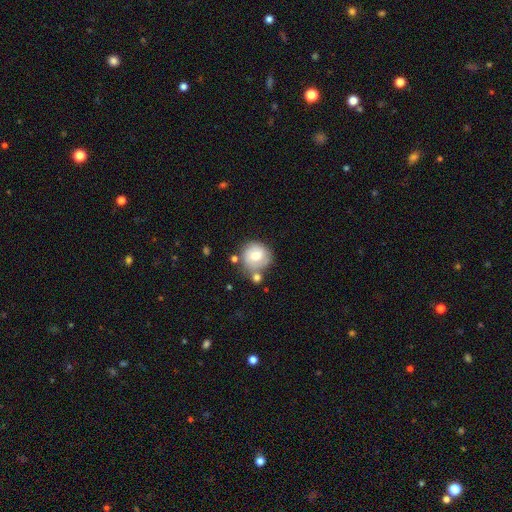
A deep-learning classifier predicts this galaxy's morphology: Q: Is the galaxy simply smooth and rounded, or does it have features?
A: smooth — 62%.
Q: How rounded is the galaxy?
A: round — 88%.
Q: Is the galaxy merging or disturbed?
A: none — 58%.